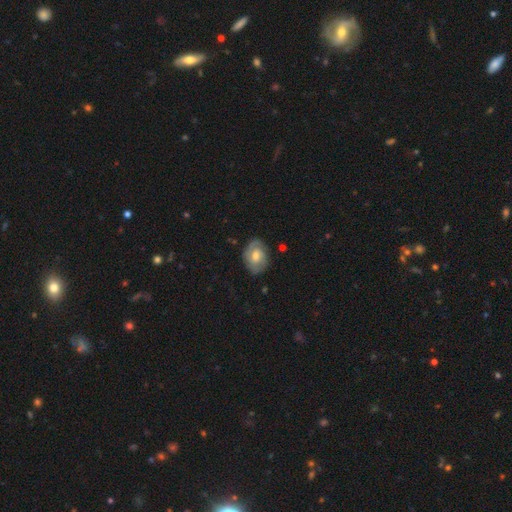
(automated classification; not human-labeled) Morphology: type=featured or disk (61%); edge-on=no (96%); bar=no (57%); spiral arms=yes (82%); bulge=moderate (63%); merging=none (74%).